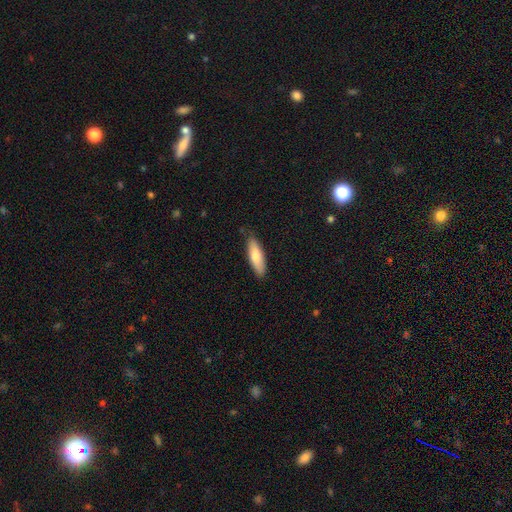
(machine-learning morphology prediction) The model was most divided on "how rounded": in between: 52%, cigar-shaped: 46%, round: 2%. More confident: merging — none (82%); smooth or featured — smooth (76%).